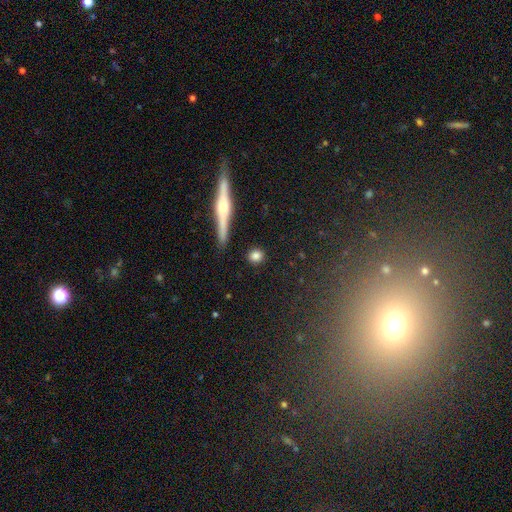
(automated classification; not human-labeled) Morphology: type=smooth (83%); roundness=round (77%); merging=none (89%).